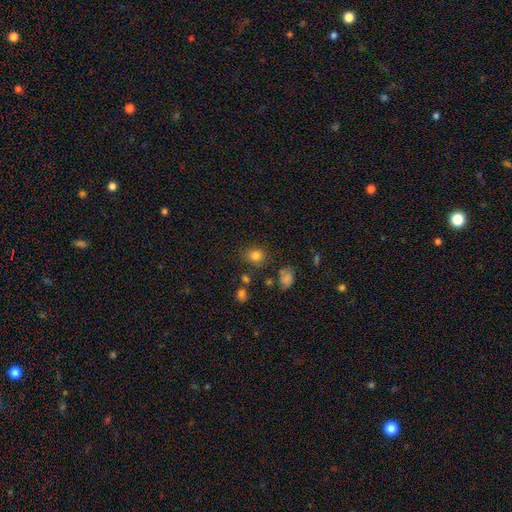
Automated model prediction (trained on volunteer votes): Overall: smooth (79%). How rounded: round (64%; in between 35%). Merging: none (78%).